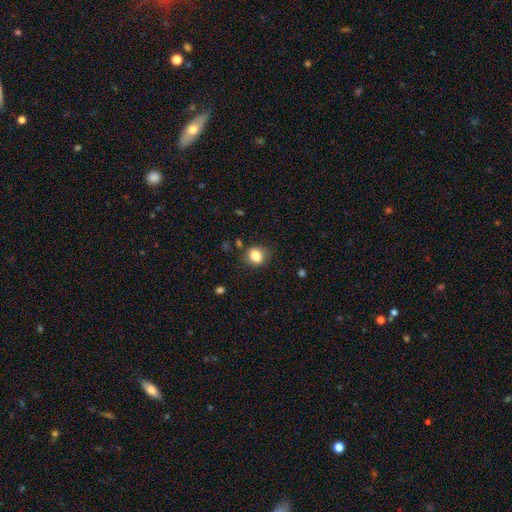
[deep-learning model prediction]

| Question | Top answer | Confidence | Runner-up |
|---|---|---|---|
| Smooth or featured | smooth | 82% | star or artifact (10%) |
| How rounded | round | 53% | in between (46%) |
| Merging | none | 80% | minor disturbance (13%) |